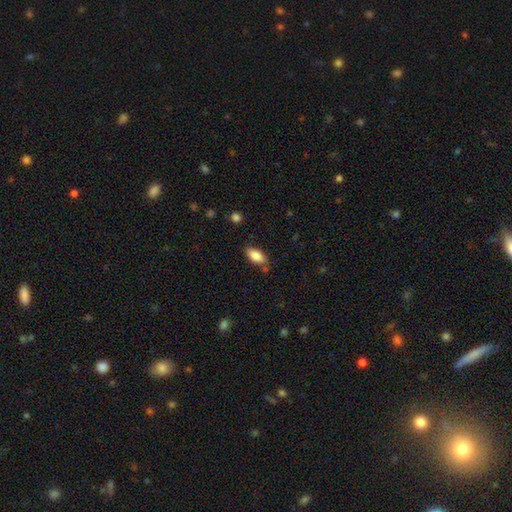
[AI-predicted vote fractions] Morphology: type=smooth (84%); roundness=in between (87%); merging=none (76%).